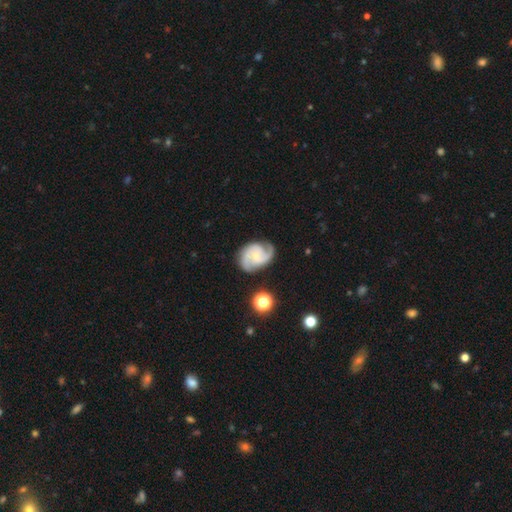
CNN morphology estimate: Smooth or featured: featured or disk — 86% (smooth — 9%)
Edge-on disk: no — 98% (yes — 2%)
Bar: no — 57% (weak — 36%)
Spiral arms: yes — 97% (no — 3%)
Spiral winding: medium — 52% (tight — 33%)
Spiral arm count: 2 — 74% (3 — 15%)
Bulge size: small — 63% (moderate — 28%)
Merging: none — 74% (minor disturbance — 18%)